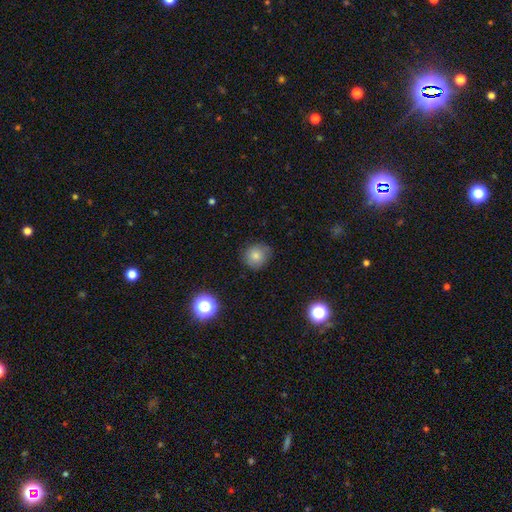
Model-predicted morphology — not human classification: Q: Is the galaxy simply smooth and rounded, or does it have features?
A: smooth — 77%.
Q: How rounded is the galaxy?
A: round — 87%.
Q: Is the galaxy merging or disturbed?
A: none — 78%.